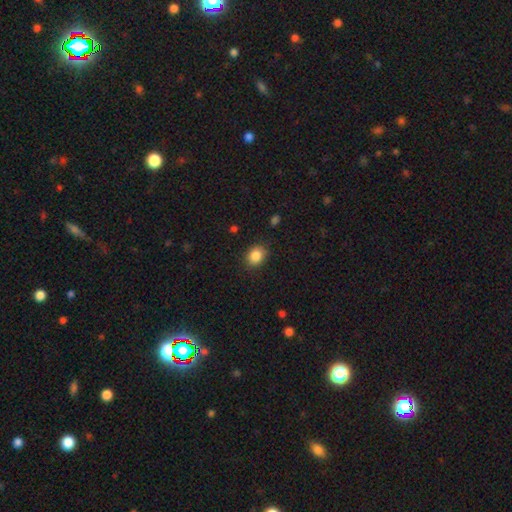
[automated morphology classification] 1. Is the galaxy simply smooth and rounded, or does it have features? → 86% smooth, 9% star or artifact, 5% featured or disk.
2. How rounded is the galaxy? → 52% in between, 47% round, 1% cigar-shaped.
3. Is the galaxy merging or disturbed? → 85% none, 11% minor disturbance, 3% major disturbance, 1% merger.